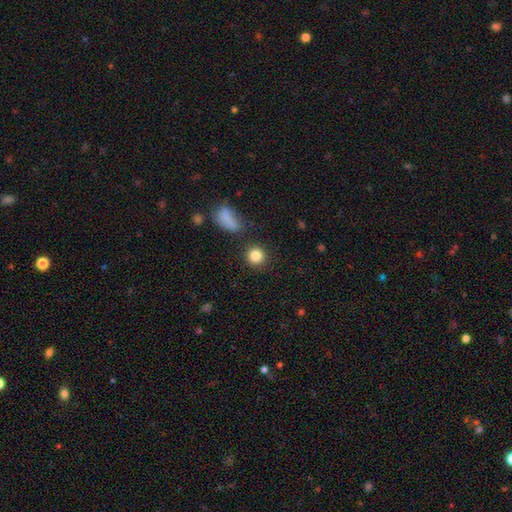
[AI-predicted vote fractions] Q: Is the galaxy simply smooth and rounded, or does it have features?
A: smooth — 84%.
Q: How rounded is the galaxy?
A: round — 91%.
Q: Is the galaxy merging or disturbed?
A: none — 85%.